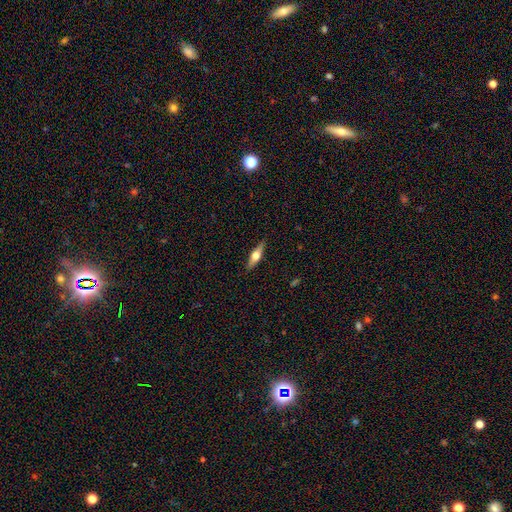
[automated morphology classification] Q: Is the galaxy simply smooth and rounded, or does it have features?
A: featured or disk — 53%.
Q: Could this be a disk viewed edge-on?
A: yes — 94%.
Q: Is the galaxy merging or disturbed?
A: none — 89%.